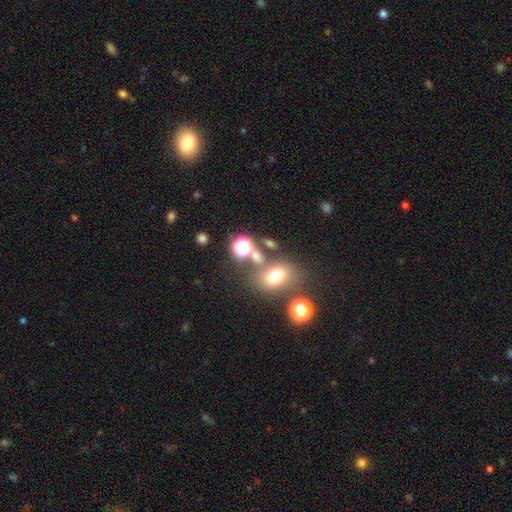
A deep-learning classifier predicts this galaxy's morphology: Smooth or featured?
  - smooth: 64% *
  - star or artifact: 23%
  - featured or disk: 13%
How rounded?
  - in between: 50% *
  - round: 47%
  - cigar-shaped: 3%
Merging?
  - none: 59% *
  - merger: 23%
  - minor disturbance: 11%
  - major disturbance: 7%